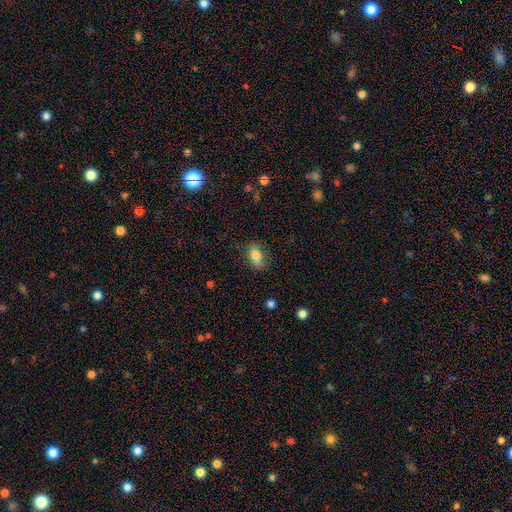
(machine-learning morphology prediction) A smooth galaxy with no disk features (75%) that is in between round and cigar-shaped (63%).

Vote fractions:
- Smooth or featured? smooth: 75% / featured or disk: 12% / star or artifact: 12%
- How rounded? in between: 63% / round: 36% / cigar-shaped: 2%
- Merging? none: 66% / minor disturbance: 19% / merger: 9% / major disturbance: 6%